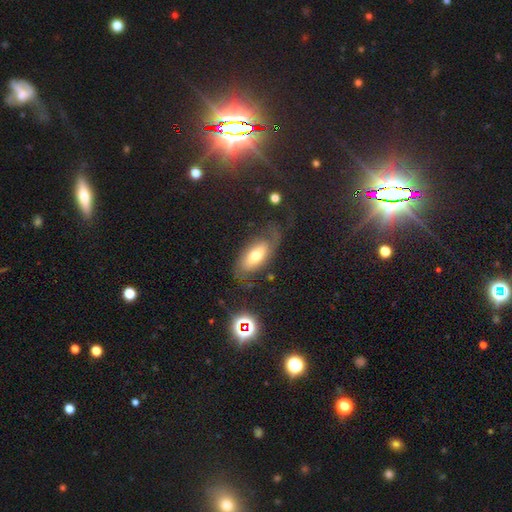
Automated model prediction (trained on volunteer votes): Overall: smooth (50%; featured or disk 40%). How rounded: in between (86%). Merging: none (49%; major disturbance 25%).